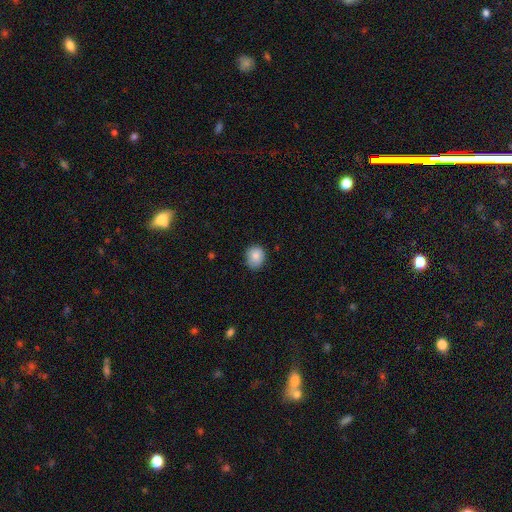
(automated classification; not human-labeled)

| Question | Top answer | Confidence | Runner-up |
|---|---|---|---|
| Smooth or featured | smooth | 85% | star or artifact (8%) |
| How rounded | round | 65% | in between (34%) |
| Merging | none | 74% | minor disturbance (21%) |